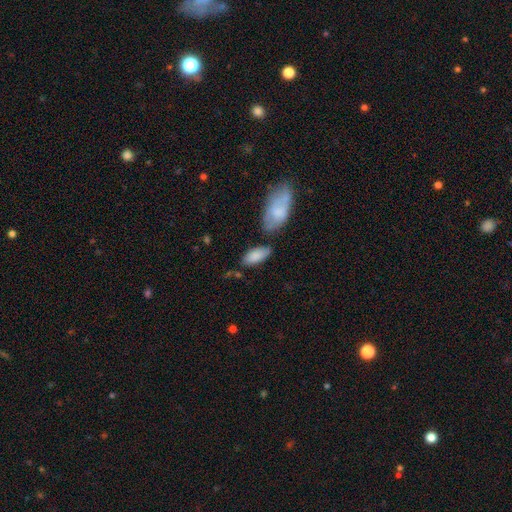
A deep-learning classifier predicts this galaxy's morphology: Smooth or featured?
  - smooth: 84% *
  - featured or disk: 10%
  - star or artifact: 6%
How rounded?
  - in between: 89% *
  - cigar-shaped: 9%
  - round: 2%
Merging?
  - none: 63% *
  - minor disturbance: 19%
  - merger: 13%
  - major disturbance: 6%